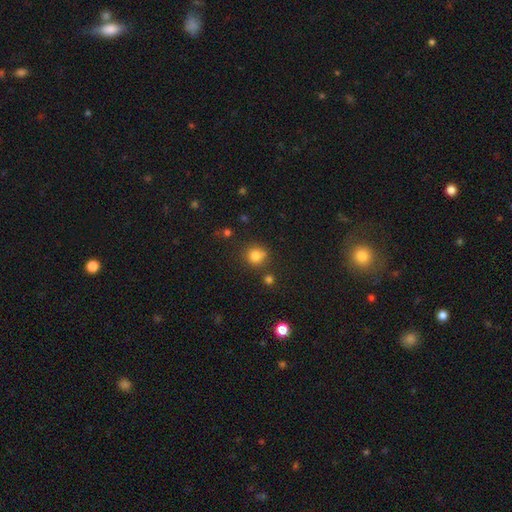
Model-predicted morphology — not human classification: Smooth or featured?
  - smooth: 81% *
  - star or artifact: 13%
  - featured or disk: 6%
How rounded?
  - round: 85% *
  - in between: 14%
  - cigar-shaped: 1%
Merging?
  - none: 70% *
  - minor disturbance: 15%
  - merger: 11%
  - major disturbance: 4%